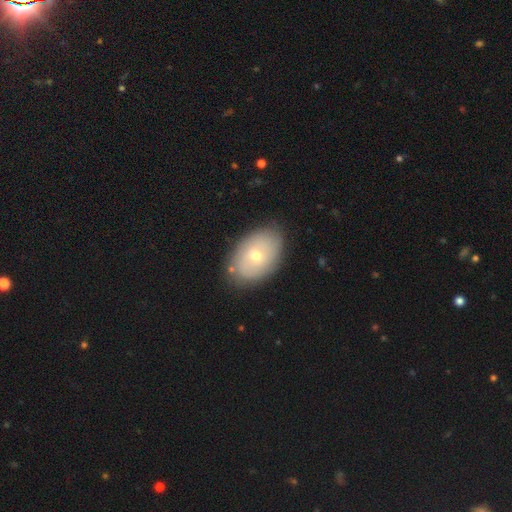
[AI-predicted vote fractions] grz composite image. It shows a smooth galaxy with no disk features (60%) that is in between round and cigar-shaped (85%). Merging: none (82%).